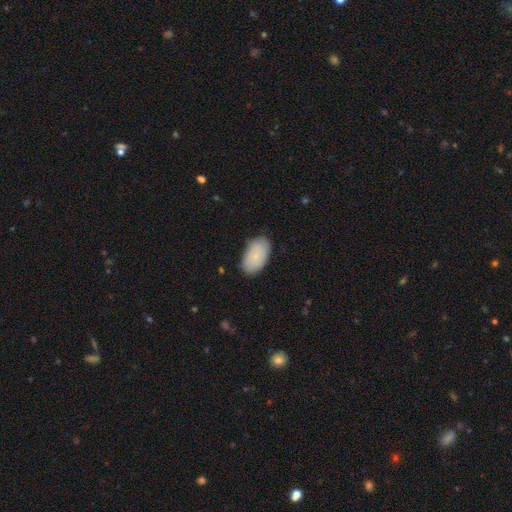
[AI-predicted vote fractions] smooth_or_featured: smooth (p=0.79) [alt: featured or disk p=0.15]
how_rounded: in between (p=0.94) [alt: round p=0.05]
merging: none (p=0.79) [alt: minor disturbance p=0.16]